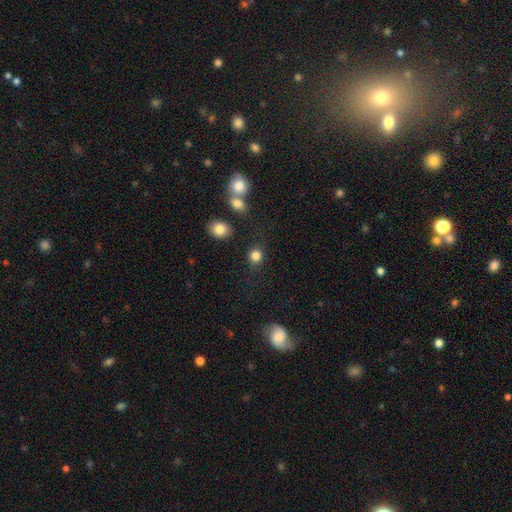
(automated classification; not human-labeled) Overall: smooth (84%). How rounded: round (79%). Merging: none (80%).